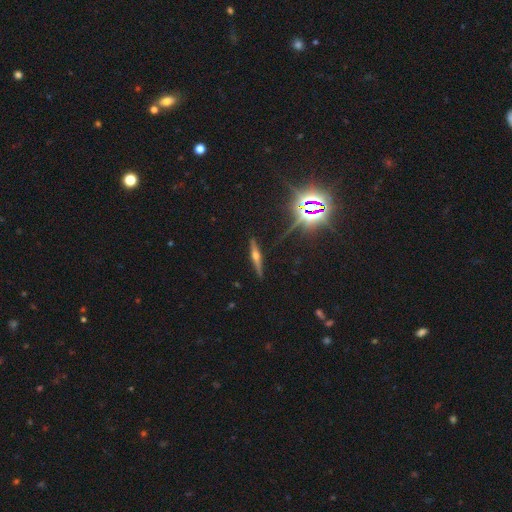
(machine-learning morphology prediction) smooth_or_featured: featured or disk (p=0.66) [alt: smooth p=0.19]
disk_edge_on: yes (p=0.97) [alt: no p=0.03]
edge_on_bulge: rounded (p=0.91) [alt: boxy p=0.05]
merging: none (p=0.88) [alt: minor disturbance p=0.09]